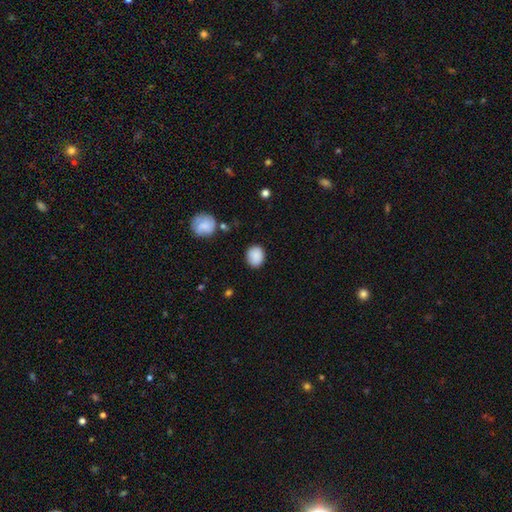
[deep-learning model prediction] Smooth or featured? smooth (88%)
How rounded? round (62%)
Merging? none (85%)